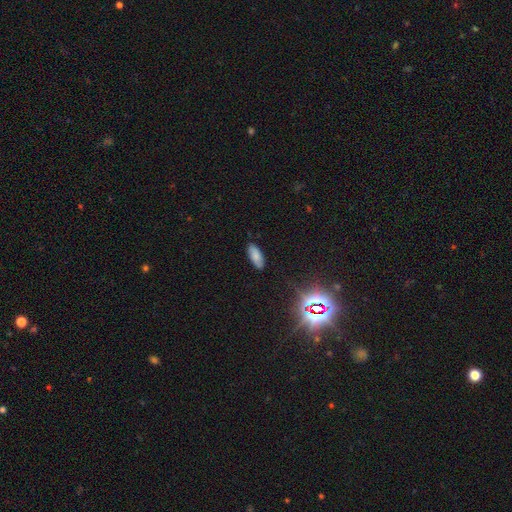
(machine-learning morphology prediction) A smooth galaxy with no disk features (77%) that is in between round and cigar-shaped (83%). Merging: none (86%).